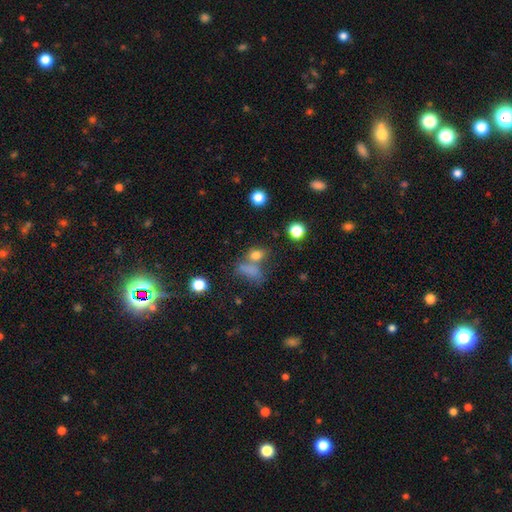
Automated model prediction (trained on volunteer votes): smooth_or_featured: smooth (p=0.73) [alt: star or artifact p=0.17]
how_rounded: in between (p=0.56) [alt: round p=0.38]
merging: none (p=0.48) [alt: merger p=0.32]